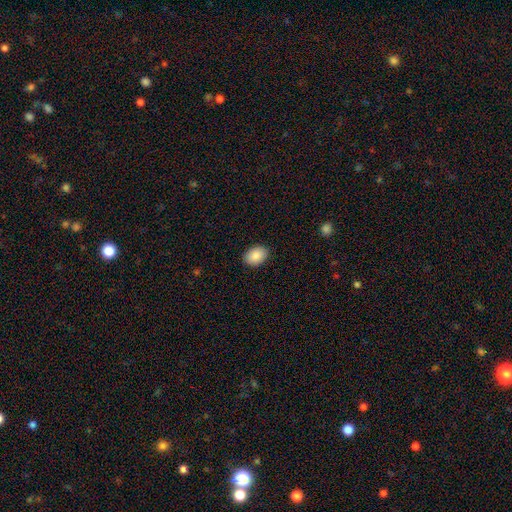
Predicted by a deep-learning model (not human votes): smooth 89%, star or artifact 7%, featured or disk 5%. Down the decision tree: how rounded — in between (83%); merging — none (90%).